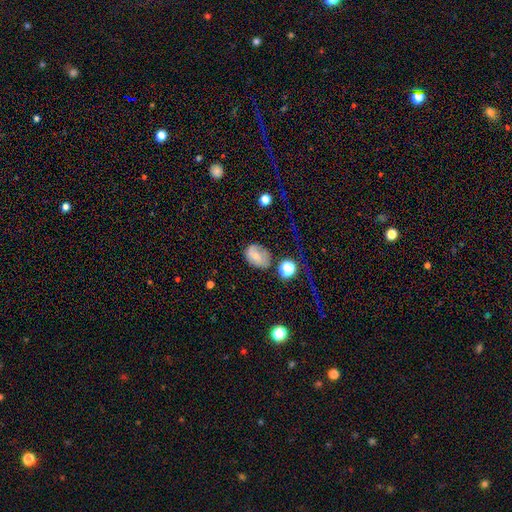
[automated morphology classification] smooth-or-featured: smooth: 67% | featured or disk: 22% | star or artifact: 11%
  how-rounded: in between: 74% | round: 25% | cigar-shaped: 1%
  merging: none: 60% | minor disturbance: 26% | major disturbance: 10% | merger: 5%